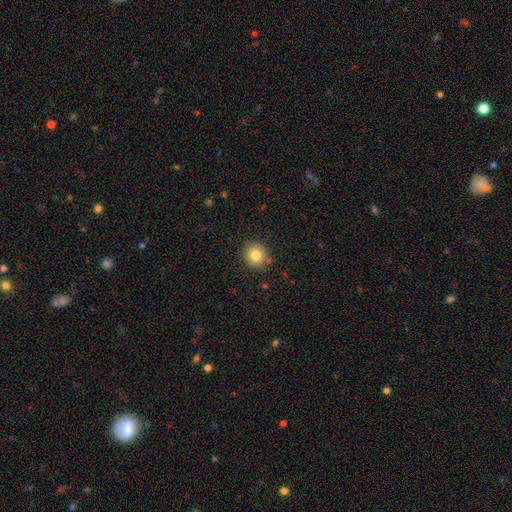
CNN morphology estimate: Smooth or featured? smooth (82%)
How rounded? round (84%)
Merging? none (86%)